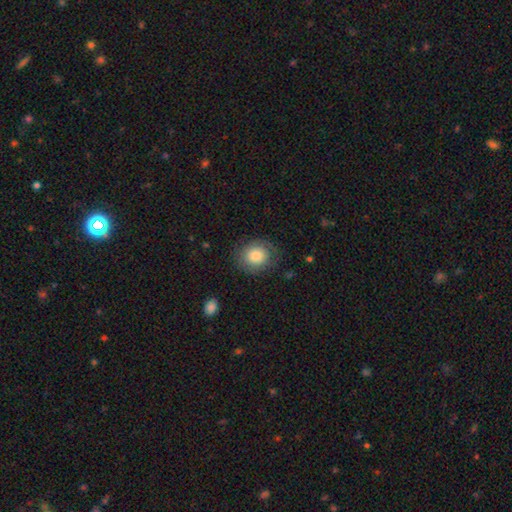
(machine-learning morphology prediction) type=smooth (78%); roundness=round (68%); merging=none (77%).